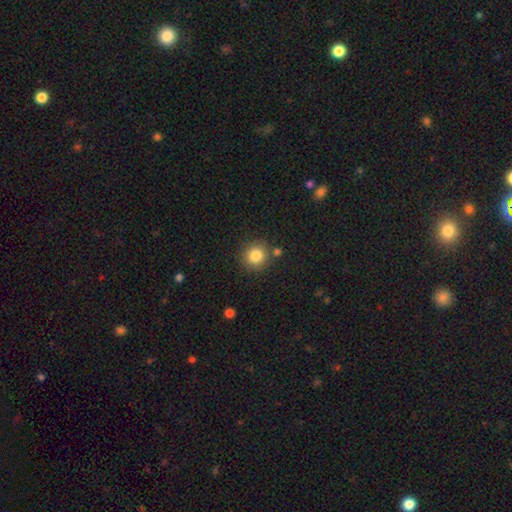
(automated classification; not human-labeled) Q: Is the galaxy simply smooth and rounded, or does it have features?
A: smooth — 83%.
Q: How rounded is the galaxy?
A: round — 91%.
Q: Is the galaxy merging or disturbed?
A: none — 82%.